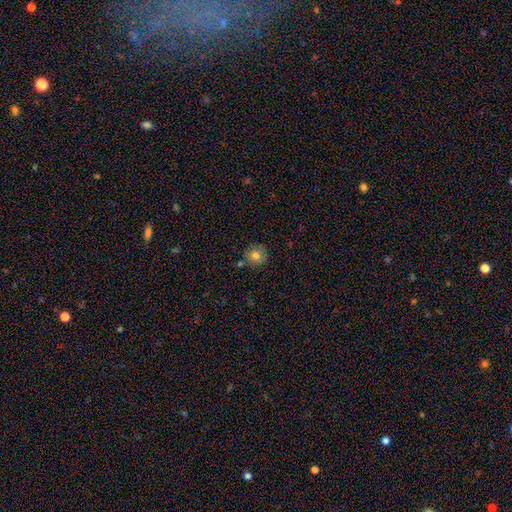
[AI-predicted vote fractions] This is likely a smooth galaxy (77%). How rounded: clearly round (90%). Merging: likely none (79%).